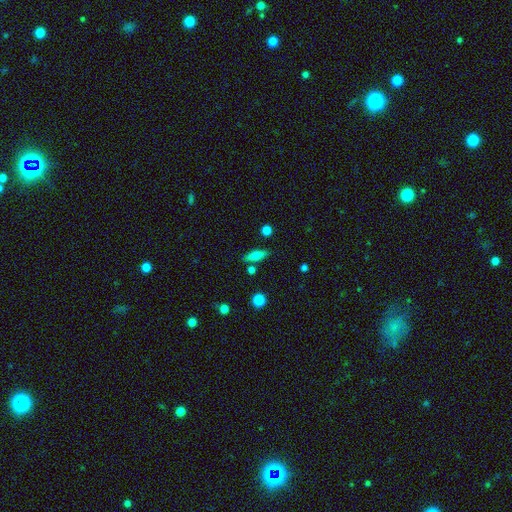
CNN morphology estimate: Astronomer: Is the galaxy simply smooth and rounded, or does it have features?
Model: smooth — 71%.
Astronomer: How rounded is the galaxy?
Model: in between — 49% (runner-up: cigar-shaped, 48%).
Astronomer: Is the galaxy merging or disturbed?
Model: none — 79%.